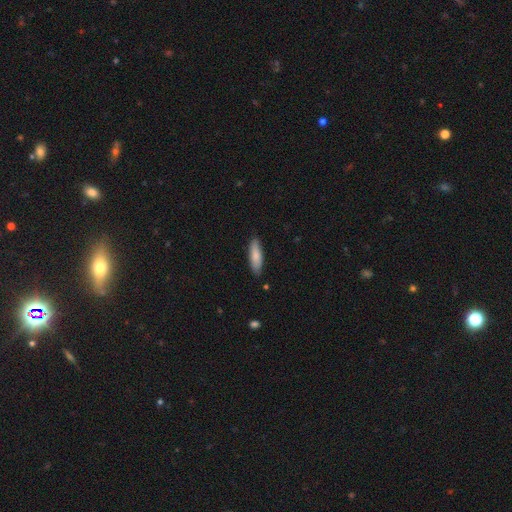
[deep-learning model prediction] Smooth or featured?
  - smooth: 81% *
  - featured or disk: 14%
  - star or artifact: 6%
How rounded?
  - cigar-shaped: 55% *
  - in between: 44%
  - round: 2%
Merging?
  - none: 85% *
  - minor disturbance: 11%
  - major disturbance: 2%
  - merger: 1%